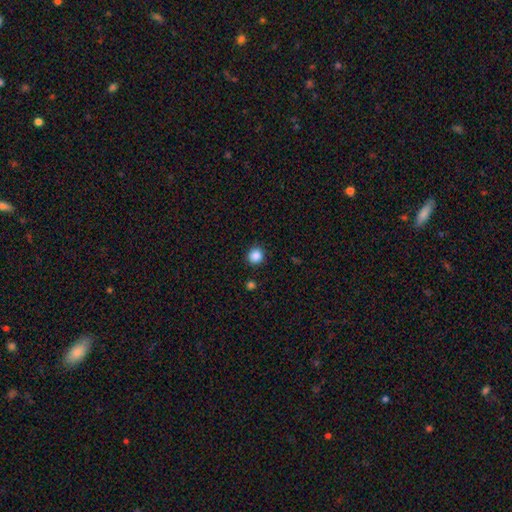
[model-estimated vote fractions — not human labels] smooth_or_featured: smooth (p=0.87) [alt: star or artifact p=0.10]
how_rounded: round (p=0.92) [alt: in between p=0.07]
merging: none (p=0.91) [alt: minor disturbance p=0.06]